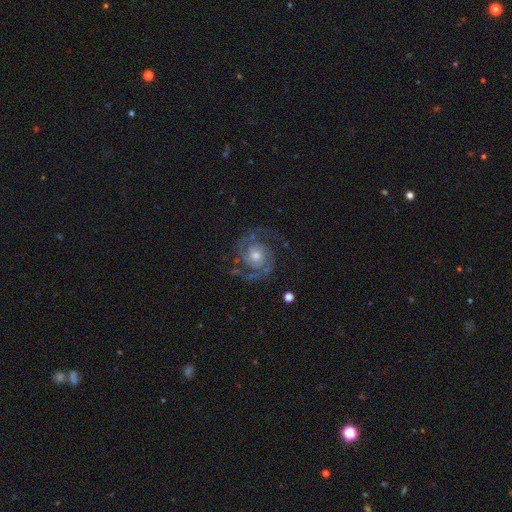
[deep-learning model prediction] This is clearly a featured or disk galaxy (91%). It is clearly not viewed edge-on (98%). Bar: likely no (73%). Spiral arm pattern: clearly yes (98%). Spiral arm count: clearly 2 (93%). Spiral winding: possibly medium (48%). Central bulge: possibly moderate (60%). Merging: clearly none (81%).